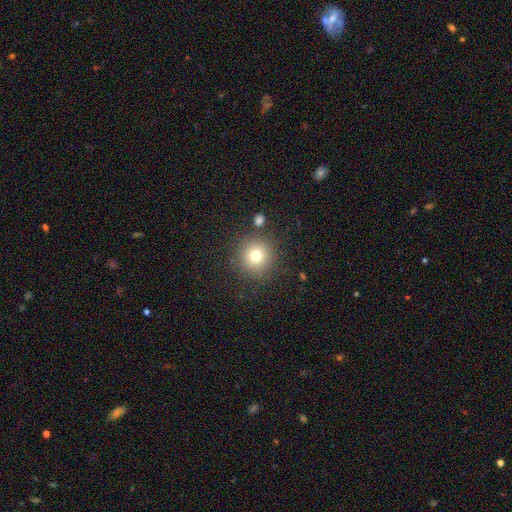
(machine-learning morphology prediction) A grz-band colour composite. It shows a smooth galaxy with no disk features (75%) that is round (94%). Merging: none (86%).